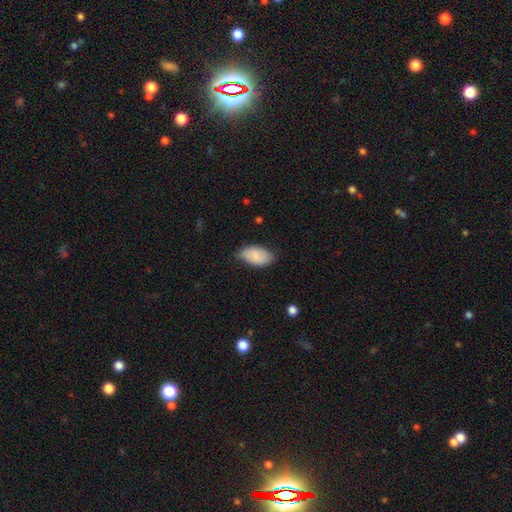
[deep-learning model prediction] Smooth or featured? smooth (83%)
How rounded? in between (95%)
Merging? none (64%)